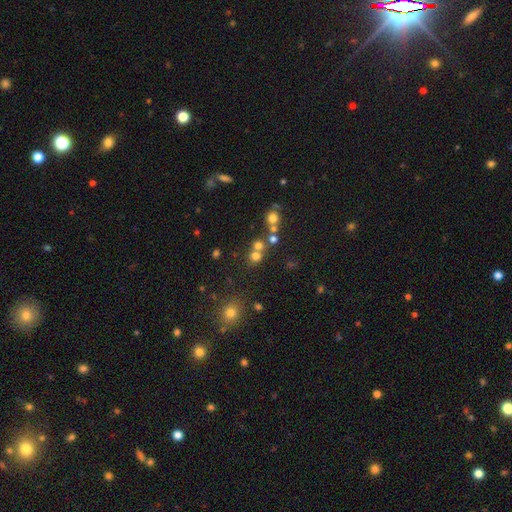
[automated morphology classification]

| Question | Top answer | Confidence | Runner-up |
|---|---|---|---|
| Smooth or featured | smooth | 66% | star or artifact (22%) |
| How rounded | round | 85% | in between (14%) |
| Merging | none | 53% | merger (36%) |